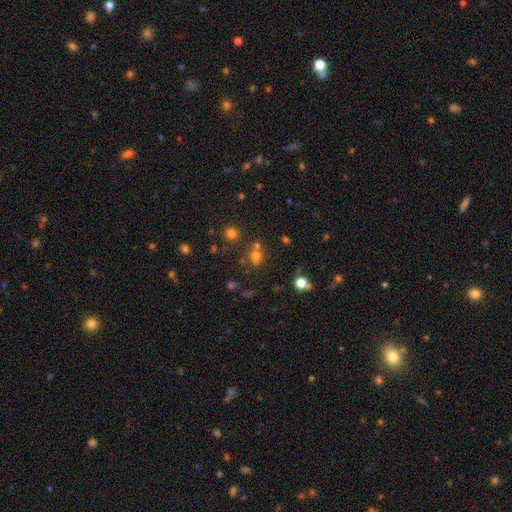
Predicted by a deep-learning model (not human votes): This is likely a smooth galaxy (65%). How rounded: likely round (66%). Merging: possibly none (55%).